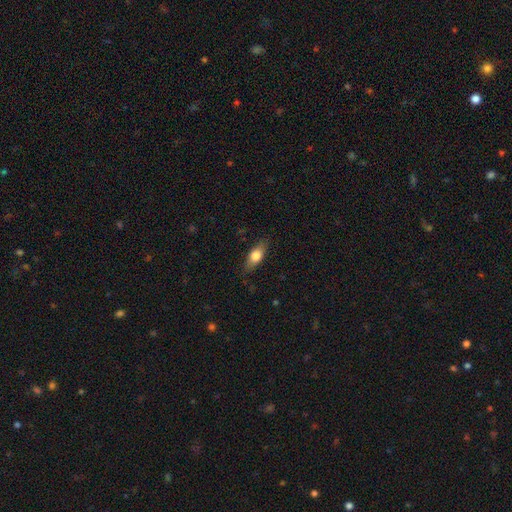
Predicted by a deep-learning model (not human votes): Smooth or featured: smooth — 71% (featured or disk — 22%)
How rounded: in between — 75% (cigar-shaped — 19%)
Merging: none — 81% (minor disturbance — 15%)